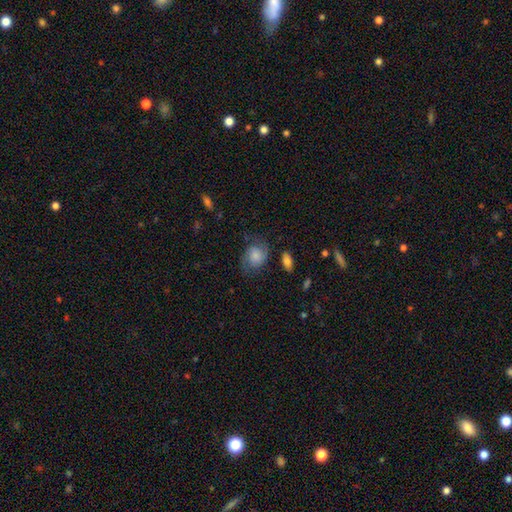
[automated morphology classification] A smooth galaxy with no disk features (58%) that is in between round and cigar-shaped (56%).

Vote fractions:
- Smooth or featured? smooth: 58% / featured or disk: 33% / star or artifact: 9%
- How rounded? in between: 56% / round: 42% / cigar-shaped: 1%
- Merging? none: 57% / minor disturbance: 26% / major disturbance: 15% / merger: 3%